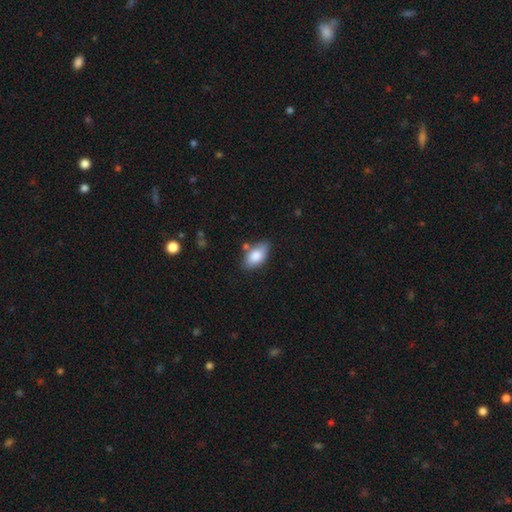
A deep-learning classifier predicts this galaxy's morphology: This appears to be a smooth galaxy with no disk features (83%) that is in between round and cigar-shaped (93%). Merging: none (70%).